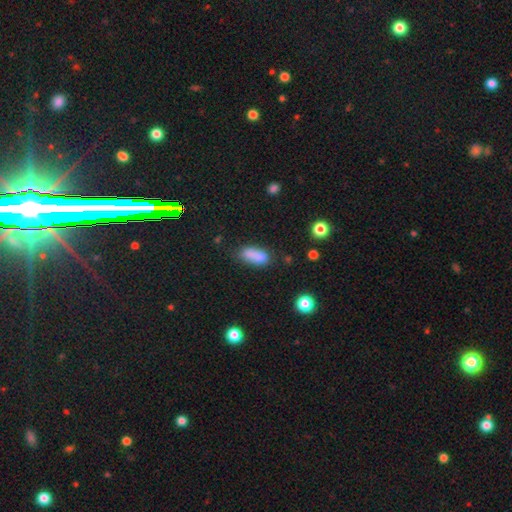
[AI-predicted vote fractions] A smooth galaxy with no disk features (80%) that is in between round and cigar-shaped (75%).

Vote fractions:
- Smooth or featured? smooth: 80% / star or artifact: 10% / featured or disk: 10%
- How rounded? in between: 75% / cigar-shaped: 21% / round: 4%
- Merging? none: 55% / minor disturbance: 22% / merger: 14% / major disturbance: 9%